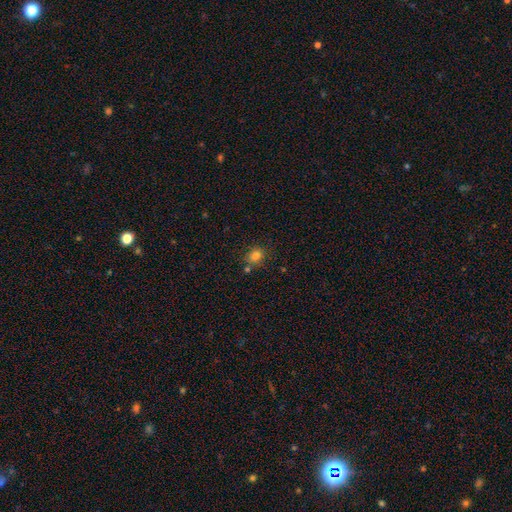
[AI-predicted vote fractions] Morphology: type=smooth (80%); roundness=round (57%); merging=none (71%).